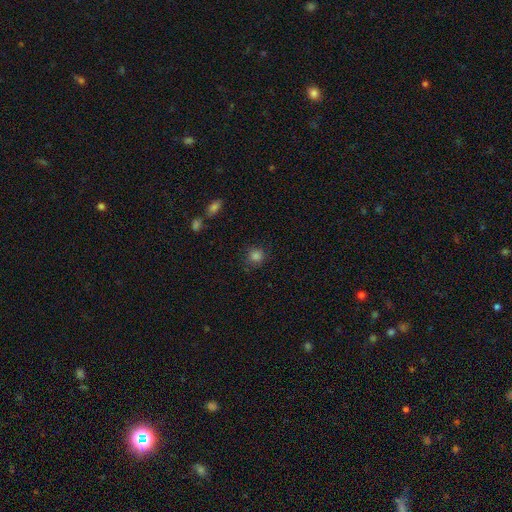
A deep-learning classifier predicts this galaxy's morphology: A smooth galaxy with no disk features (83%) that is round (88%).

Vote fractions:
- Smooth or featured? smooth: 83% / star or artifact: 13% / featured or disk: 4%
- How rounded? round: 88% / in between: 11% / cigar-shaped: 1%
- Merging? none: 83% / minor disturbance: 11% / major disturbance: 3% / merger: 2%